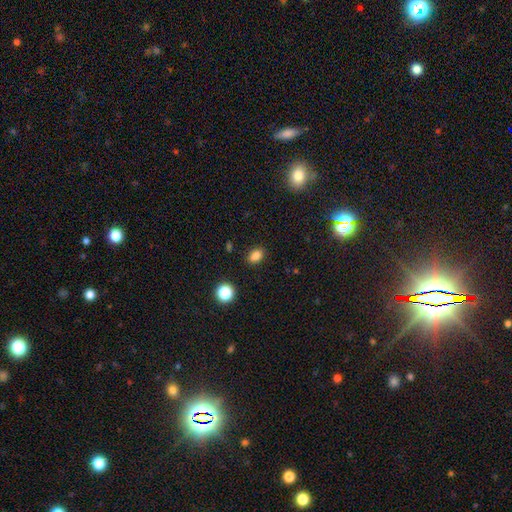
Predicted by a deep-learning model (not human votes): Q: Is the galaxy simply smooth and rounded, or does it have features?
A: smooth — 83%.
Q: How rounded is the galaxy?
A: in between — 74%.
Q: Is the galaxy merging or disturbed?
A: none — 85%.